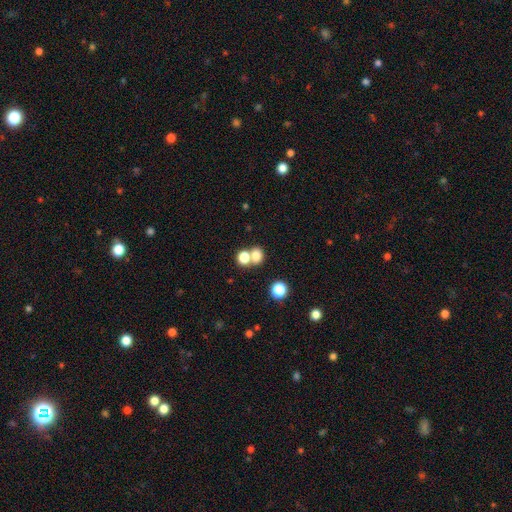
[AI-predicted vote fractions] A smooth galaxy with no disk features (76%) that is round (67%).

Vote fractions:
- Smooth or featured? smooth: 76% / star or artifact: 14% / featured or disk: 9%
- How rounded? round: 67% / in between: 32% / cigar-shaped: 1%
- Merging? none: 45% (tied) / merger: 45% (tied) / minor disturbance: 7% / major disturbance: 4%